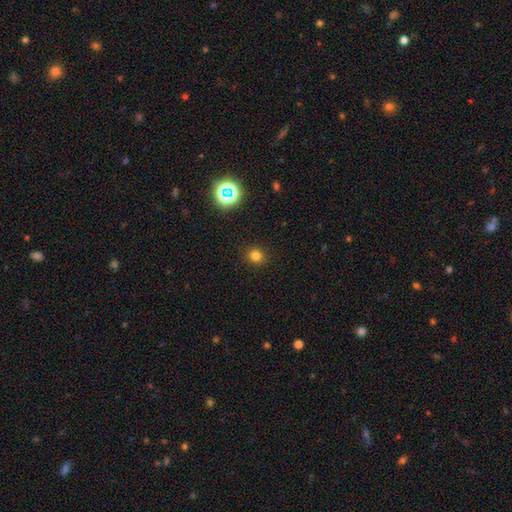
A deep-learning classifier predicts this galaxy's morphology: Smooth or featured? smooth (76%)
How rounded? round (89%)
Merging? none (91%)